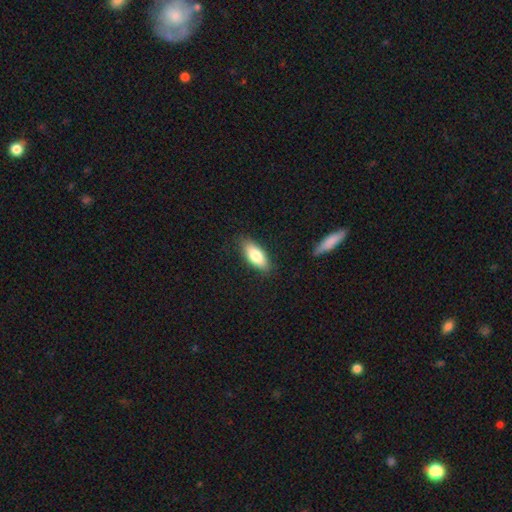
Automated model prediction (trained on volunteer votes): Morphology: type=smooth (81%); roundness=in between (81%); merging=none (84%).